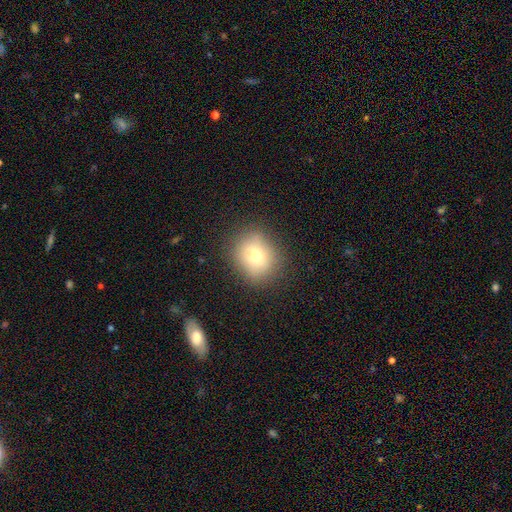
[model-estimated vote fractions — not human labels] Overall: smooth (69%). How rounded: round (73%). Merging: none (83%).